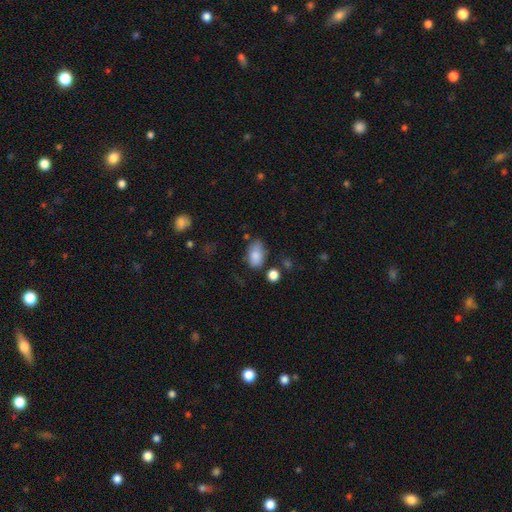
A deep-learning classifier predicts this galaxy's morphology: smooth-or-featured: smooth: 83% | featured or disk: 9% | star or artifact: 8%
  how-rounded: in between: 89% | round: 9% | cigar-shaped: 2%
  merging: none: 59% | minor disturbance: 27% | major disturbance: 8% | merger: 6%